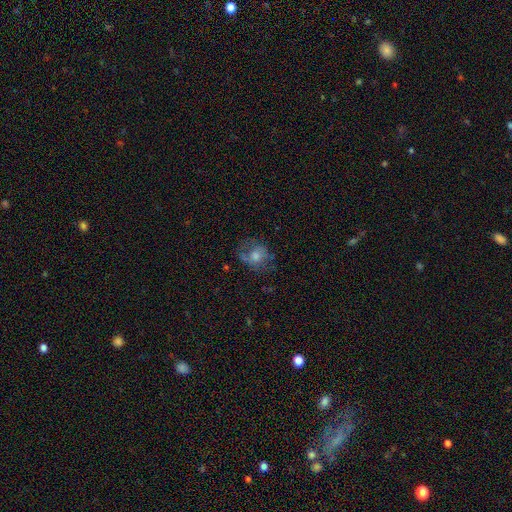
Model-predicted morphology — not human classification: smooth_or_featured: smooth (p=0.44) [alt: featured or disk p=0.41]
merging: none (p=0.57) [alt: minor disturbance p=0.21]